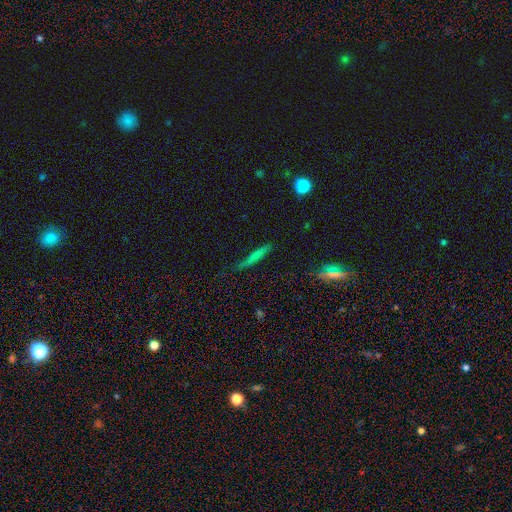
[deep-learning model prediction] Smooth or featured? smooth (67%)
How rounded? cigar-shaped (92%)
Merging? none (73%)